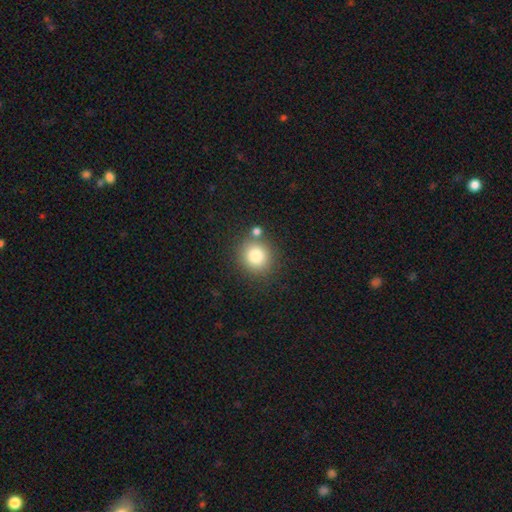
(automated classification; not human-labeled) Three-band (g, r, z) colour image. It shows a smooth galaxy with no disk features (82%) that is round (87%). Merging: none (77%).